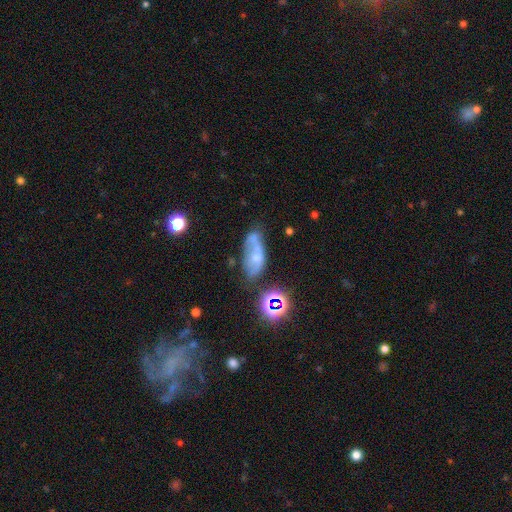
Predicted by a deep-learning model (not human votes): Smooth or featured: featured or disk — 42% (smooth — 39%)
Merging: none — 38% (minor disturbance — 26%)